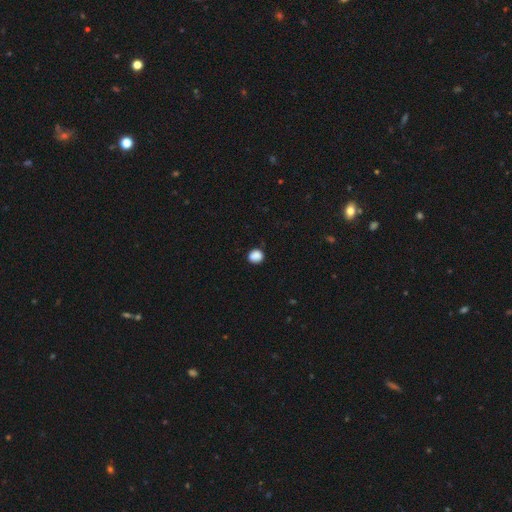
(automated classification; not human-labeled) Morphology: type=smooth (87%); roundness=round (75%); merging=none (85%).